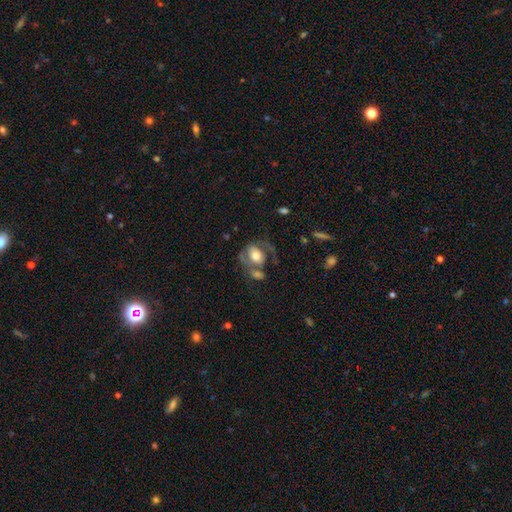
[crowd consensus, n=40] Volunteers were most divided on "merging": none: 43%, merger: 31%, major disturbance: 20%, minor disturbance: 6%. More confident: how rounded — in between (85%); smooth or featured — smooth (50%).